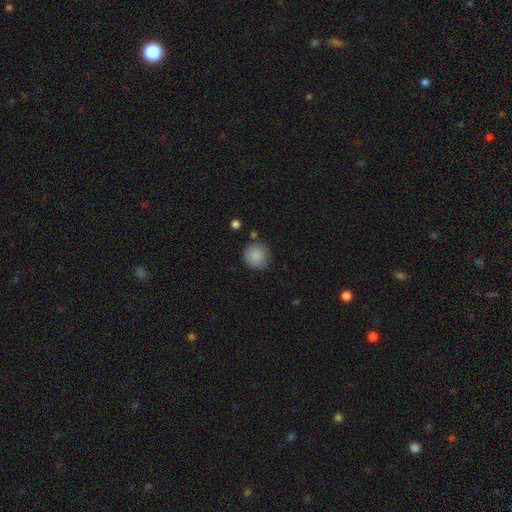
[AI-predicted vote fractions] Morphology: type=smooth (87%); roundness=round (92%); merging=none (79%).